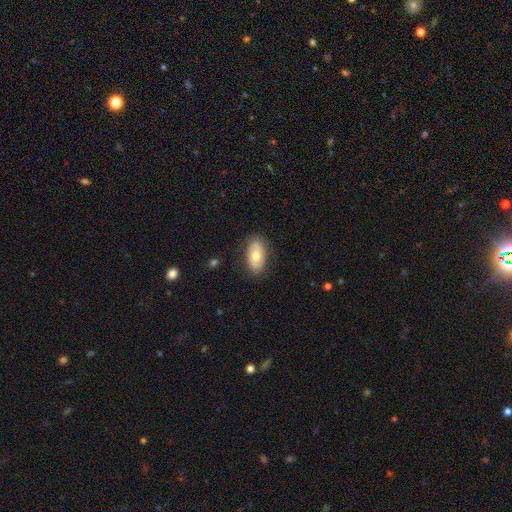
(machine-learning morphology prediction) type=smooth (63%); roundness=in between (92%); merging=none (83%).